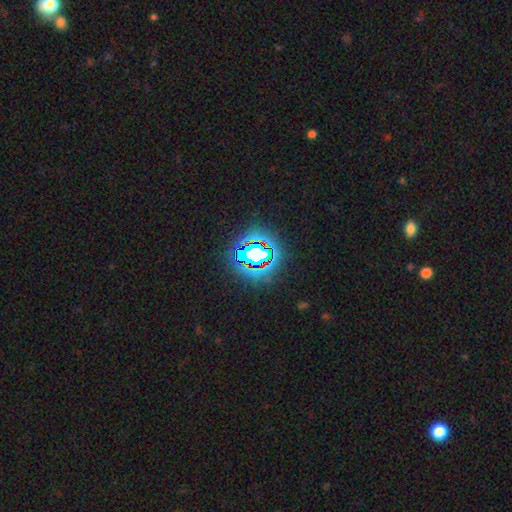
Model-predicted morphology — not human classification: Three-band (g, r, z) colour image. It shows a star or artifact, not a galaxy (70%).